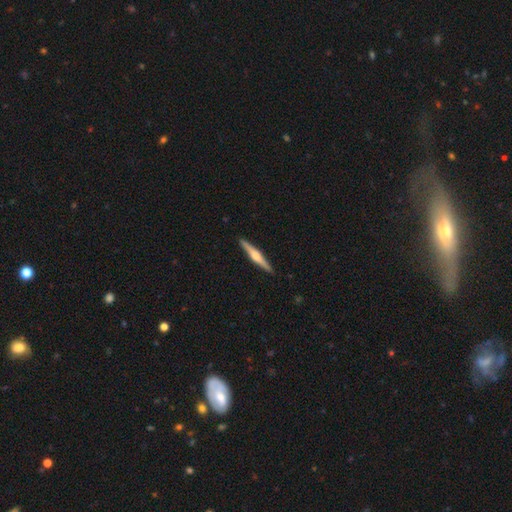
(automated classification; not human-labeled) Overall: featured or disk (69%). Edge-on disk: yes (98%). Edge-on bulge: rounded (85%). Merging: none (91%).